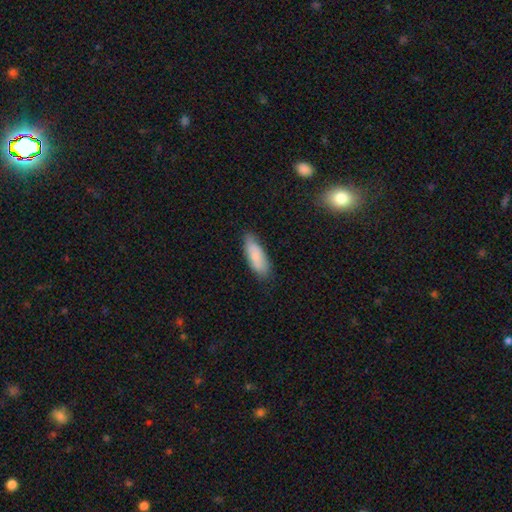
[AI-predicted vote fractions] Smooth or featured? smooth (79%)
How rounded? in between (66%)
Merging? none (74%)